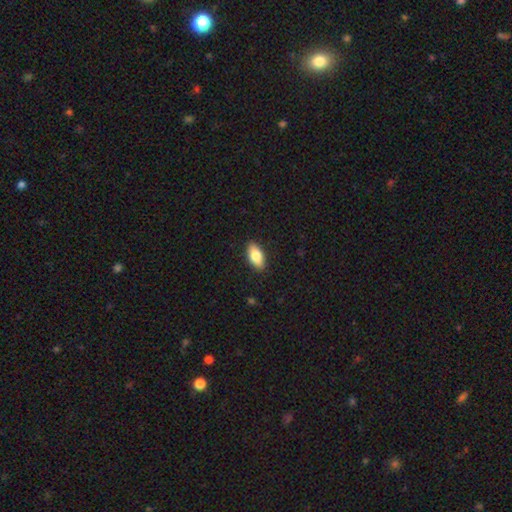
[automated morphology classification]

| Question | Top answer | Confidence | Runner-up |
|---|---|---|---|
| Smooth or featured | smooth | 78% | featured or disk (16%) |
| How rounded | in between | 88% | cigar-shaped (9%) |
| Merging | none | 89% | minor disturbance (8%) |